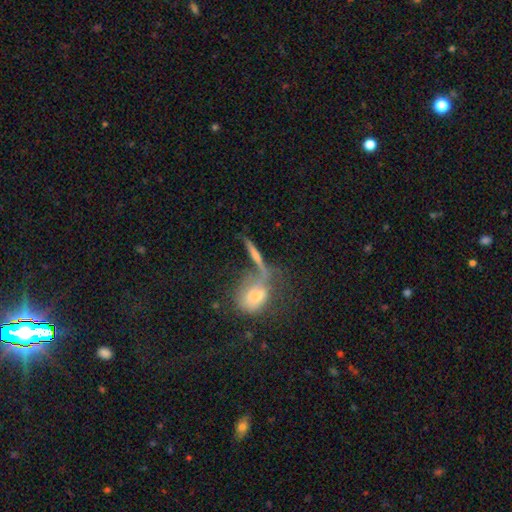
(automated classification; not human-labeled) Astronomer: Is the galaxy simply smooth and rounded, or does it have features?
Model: smooth — 45% (runner-up: featured or disk, 43%).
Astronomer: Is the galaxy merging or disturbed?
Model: none — 49% (runner-up: merger, 30%).